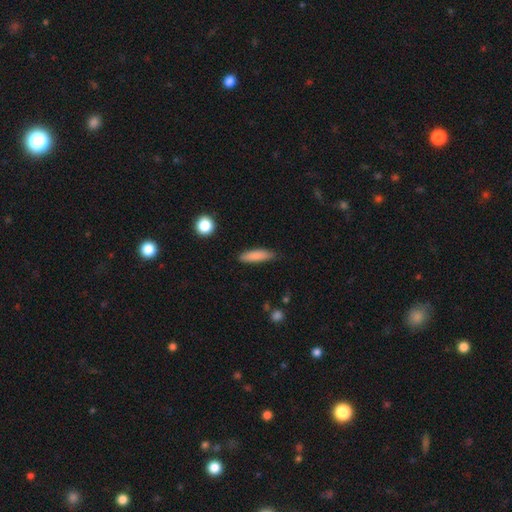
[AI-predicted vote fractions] smooth 83%, featured or disk 10%, star or artifact 7%. Down the decision tree: how rounded — cigar-shaped (72%); merging — none (83%).